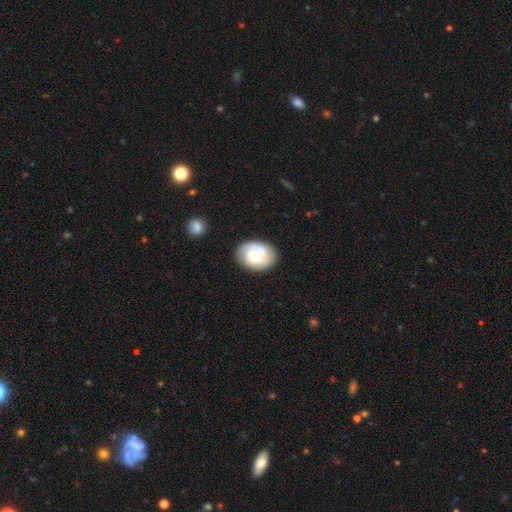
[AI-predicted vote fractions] smooth_or_featured: featured or disk (p=0.62) [alt: smooth p=0.32]
disk_edge_on: no (p=0.97) [alt: yes p=0.03]
bar: no (p=0.62) [alt: weak p=0.32]
has_spiral_arms: yes (p=0.80) [alt: no p=0.20]
bulge_size: moderate (p=0.62) [alt: large p=0.26]
merging: none (p=0.80) [alt: minor disturbance p=0.14]